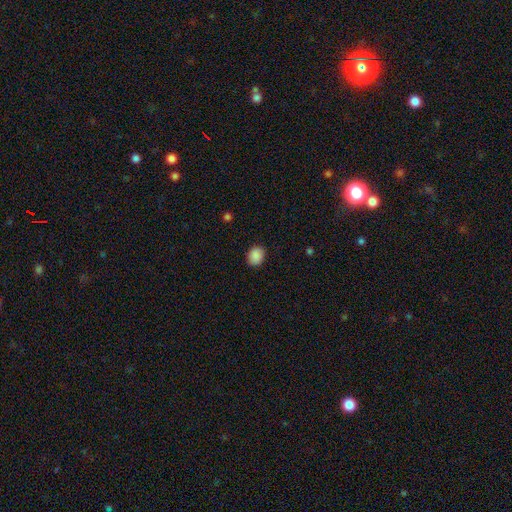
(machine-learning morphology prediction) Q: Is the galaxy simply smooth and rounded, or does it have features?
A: smooth — 89%.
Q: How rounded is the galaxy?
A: round — 55%.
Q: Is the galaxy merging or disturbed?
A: none — 88%.